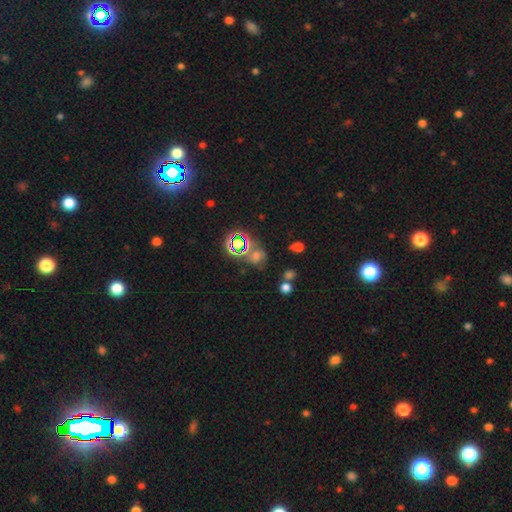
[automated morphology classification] This is likely a star or artifact rather than a galaxy (60%).